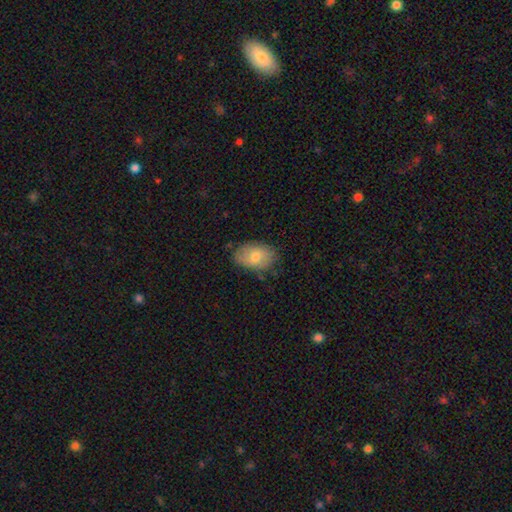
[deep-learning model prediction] smooth_or_featured: smooth (p=0.71) [alt: featured or disk p=0.21]
how_rounded: in between (p=0.87) [alt: round p=0.12]
merging: none (p=0.77) [alt: minor disturbance p=0.18]